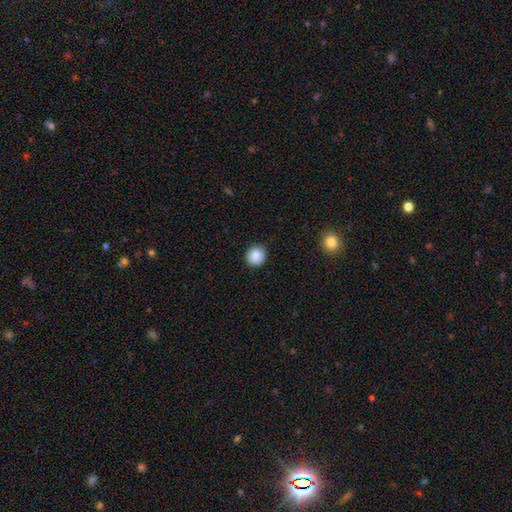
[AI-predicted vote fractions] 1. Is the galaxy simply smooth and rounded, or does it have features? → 88% smooth, 9% star or artifact, 3% featured or disk.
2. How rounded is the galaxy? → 92% round, 7% in between, 1% cigar-shaped.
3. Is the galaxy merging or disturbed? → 90% none, 7% minor disturbance, 2% major disturbance, 1% merger.